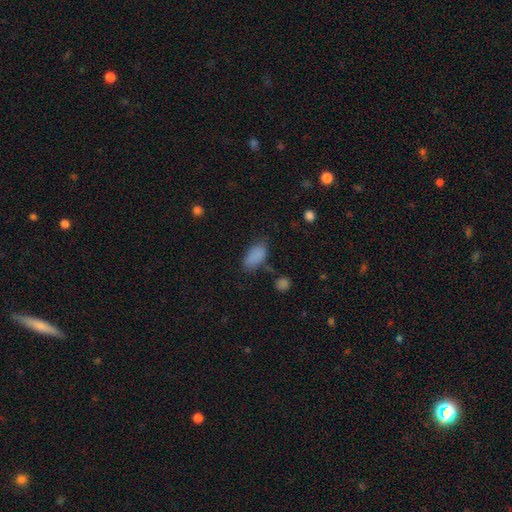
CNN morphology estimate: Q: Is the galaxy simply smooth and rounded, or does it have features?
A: smooth — 85%.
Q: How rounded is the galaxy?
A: in between — 93%.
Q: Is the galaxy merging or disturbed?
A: none — 66%.